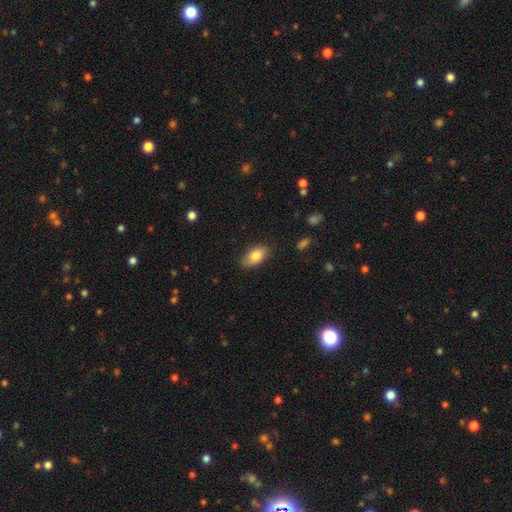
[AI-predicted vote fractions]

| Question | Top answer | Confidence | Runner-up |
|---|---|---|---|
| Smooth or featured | smooth | 81% | featured or disk (13%) |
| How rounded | in between | 92% | cigar-shaped (5%) |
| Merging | none | 83% | minor disturbance (13%) |